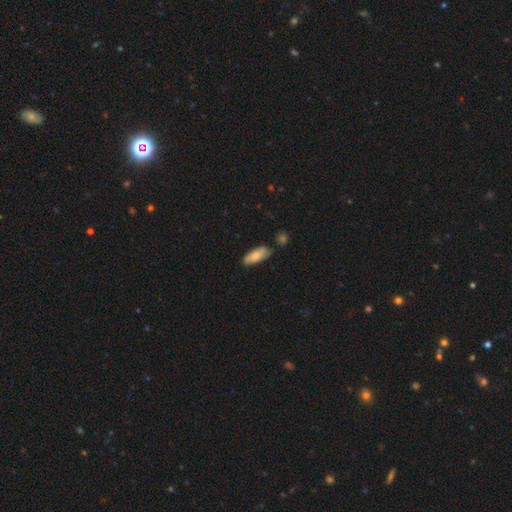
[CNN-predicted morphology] smooth 78%, featured or disk 16%, star or artifact 6%. Down the decision tree: how rounded — in between (74%); merging — none (73%).